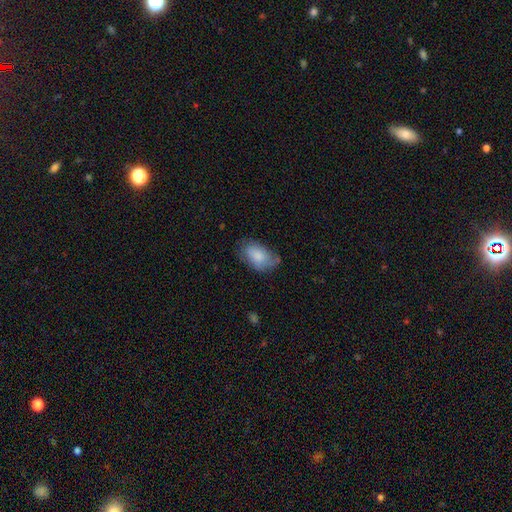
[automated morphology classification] This is likely a smooth galaxy (78%). How rounded: clearly in between (92%). Merging: possibly none (59%).